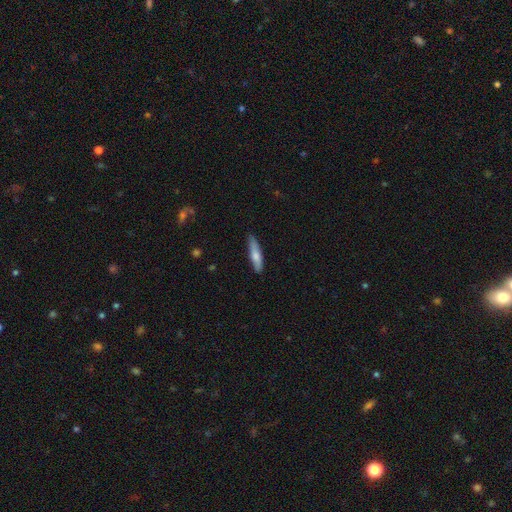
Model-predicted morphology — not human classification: A smooth galaxy with no disk features (67%) that is cigar-shaped (81%).

Vote fractions:
- Smooth or featured? smooth: 67% / featured or disk: 28% / star or artifact: 6%
- How rounded? cigar-shaped: 81% / in between: 17% / round: 2%
- Merging? none: 81% / minor disturbance: 15% / major disturbance: 2% / merger: 1%